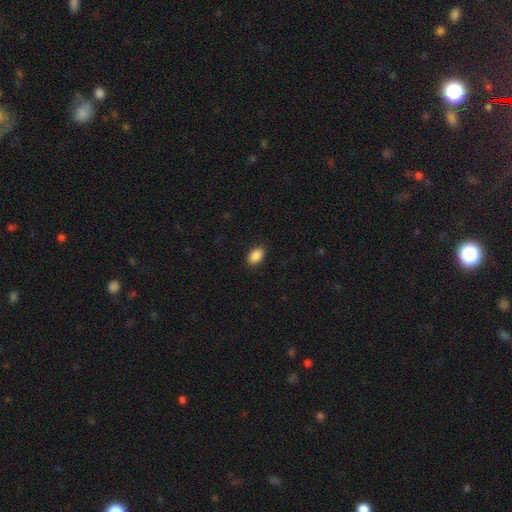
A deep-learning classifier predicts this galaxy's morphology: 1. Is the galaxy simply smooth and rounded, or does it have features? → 89% smooth, 8% star or artifact, 3% featured or disk.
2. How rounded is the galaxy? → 90% in between, 8% round, 2% cigar-shaped.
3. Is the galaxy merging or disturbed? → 89% none, 8% minor disturbance, 2% major disturbance, 1% merger.